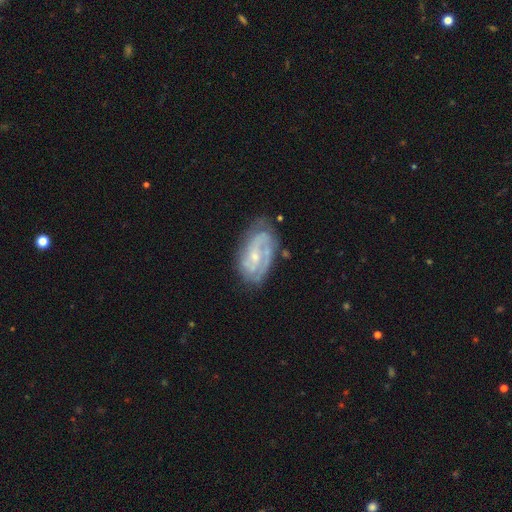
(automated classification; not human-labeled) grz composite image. It shows a featured or disk galaxy (84%) with no bar (51%), 2 (56%) tight (48%) spiral arms (94%) and a small central bulge (64%). Merging: none (67%).